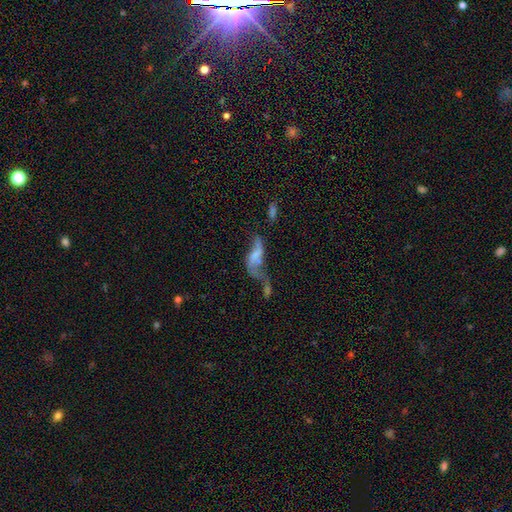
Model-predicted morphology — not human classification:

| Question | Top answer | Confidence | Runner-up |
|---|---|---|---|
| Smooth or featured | featured or disk | 57% | smooth (31%) |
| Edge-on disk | no | 90% | yes (10%) |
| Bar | no | 56% | weak (30%) |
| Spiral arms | yes | 53% | no (47%) |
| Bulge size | none | 57% | small (22%) |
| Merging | merger | 39% | major disturbance (33%) |